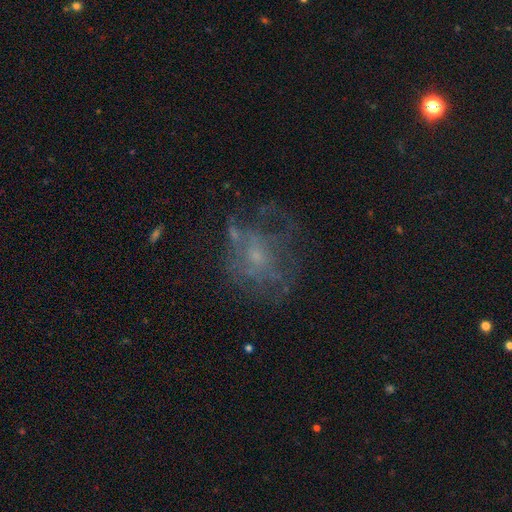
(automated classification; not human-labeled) Smooth or featured? featured or disk (58%)
Edge-on disk? no (98%)
Bar? no (81%)
Spiral arms? no (64%)
Bulge size? small (60%)
Merging? none (52%)